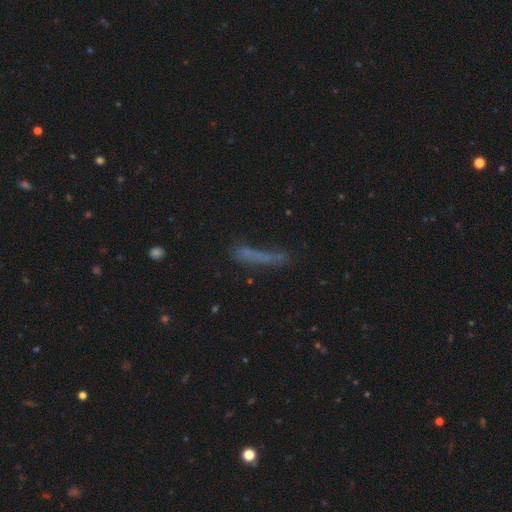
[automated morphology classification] Q: Smooth or featured?
A: smooth (60%); runner-up: featured or disk (23%)
Q: How rounded?
A: cigar-shaped (85%); runner-up: in between (12%)
Q: Merging?
A: none (54%); runner-up: minor disturbance (22%)